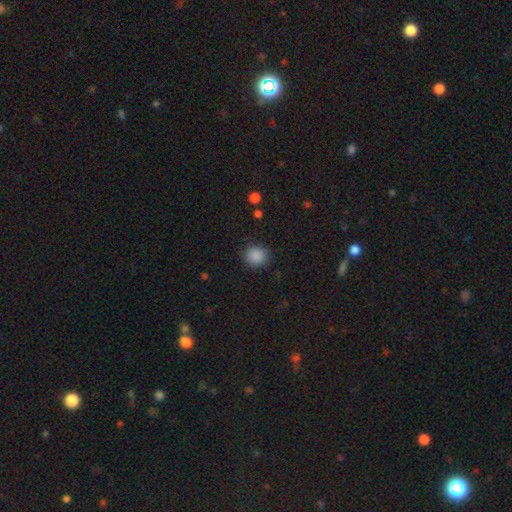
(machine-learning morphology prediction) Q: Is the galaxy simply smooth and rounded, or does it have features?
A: smooth — 87%.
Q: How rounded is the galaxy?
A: round — 86%.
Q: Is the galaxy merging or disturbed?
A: none — 88%.